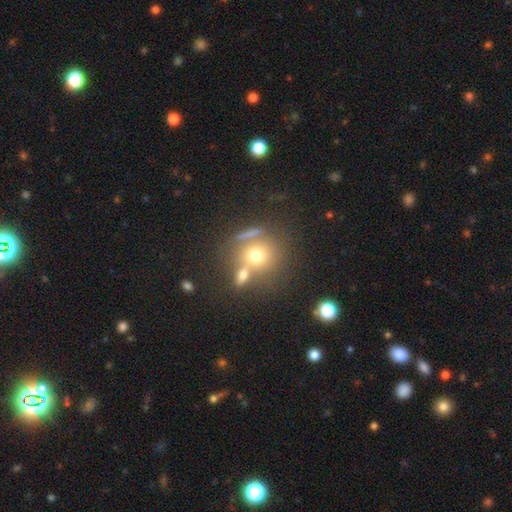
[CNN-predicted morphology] type=smooth (66%); roundness=round (83%); merging=none (49%).